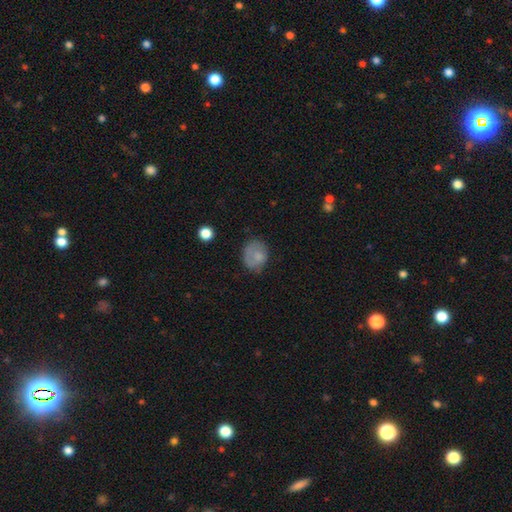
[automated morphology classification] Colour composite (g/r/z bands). It shows a smooth galaxy with no disk features (74%) that is round (50%). Merging: none (56%).